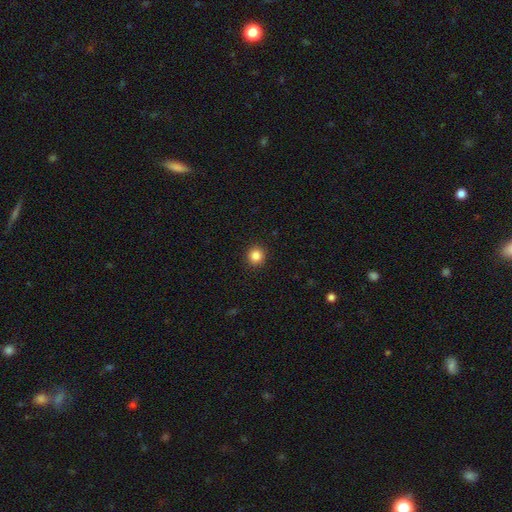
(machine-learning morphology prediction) Smooth or featured?
  - smooth: 85% *
  - star or artifact: 11%
  - featured or disk: 4%
How rounded?
  - round: 91% *
  - in between: 8%
  - cigar-shaped: 1%
Merging?
  - none: 92% *
  - minor disturbance: 5%
  - major disturbance: 2%
  - merger: 1%